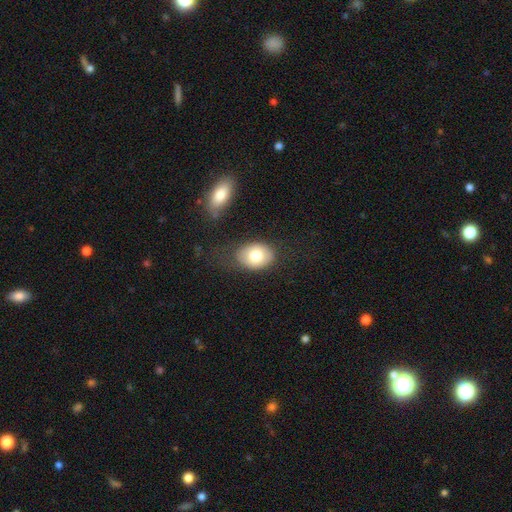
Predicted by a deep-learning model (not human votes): smooth-or-featured: smooth: 76% | featured or disk: 16% | star or artifact: 8%
  how-rounded: in between: 72% | round: 27% | cigar-shaped: 1%
  merging: none: 72% | minor disturbance: 17% | major disturbance: 7% | merger: 3%